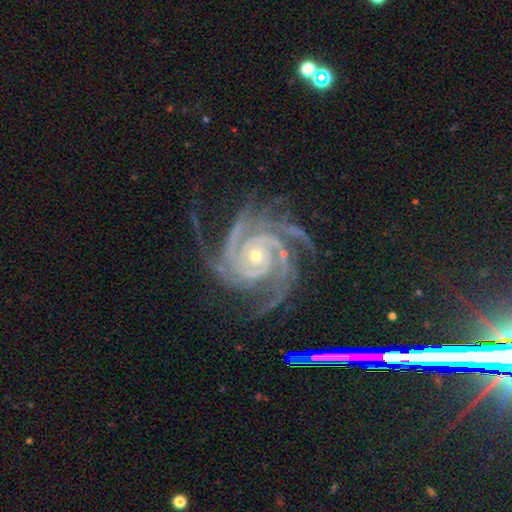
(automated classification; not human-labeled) Overall: featured or disk (93%). Edge-on disk: no (98%). Bar: no (72%). Spiral arms: yes (99%). Spiral arm count: 4 (35%; 3 28%). Spiral winding: tight (72%). Bulge size: small (69%). Merging: none (70%).